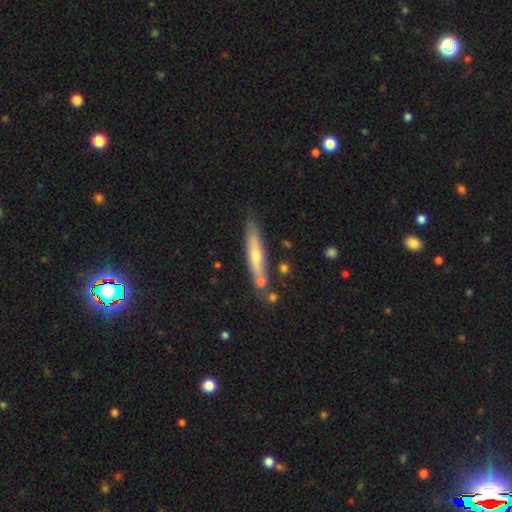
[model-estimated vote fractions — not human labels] Smooth or featured? Predicted: featured or disk (p=0.54). Edge-on disk? Predicted: yes (p=0.81). Merging? Predicted: none (p=0.77).